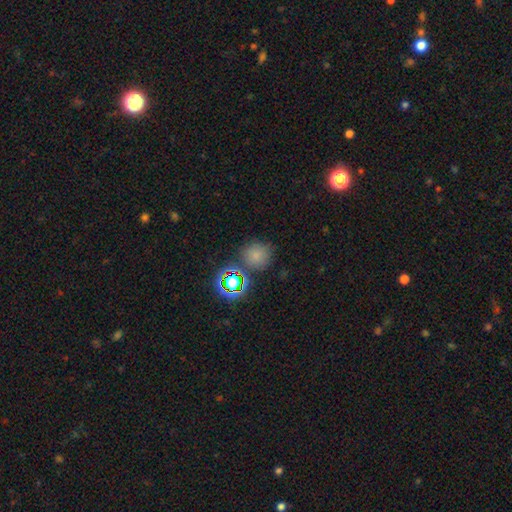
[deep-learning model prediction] smooth_or_featured: smooth (p=0.70) [alt: star or artifact p=0.22]
how_rounded: round (p=0.89) [alt: in between p=0.10]
merging: none (p=0.75) [alt: minor disturbance p=0.11]